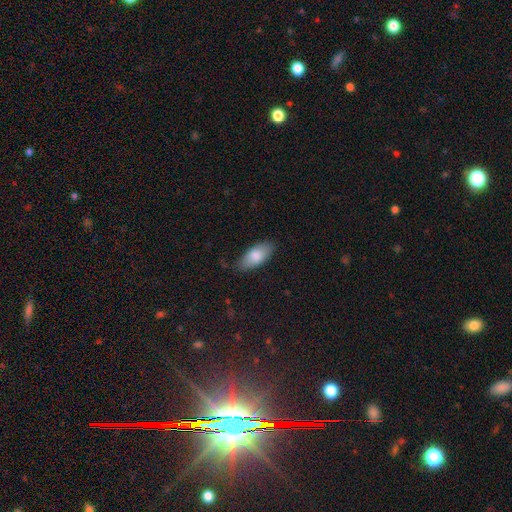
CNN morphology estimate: This appears to be a smooth galaxy with no disk features (82%) that is in between round and cigar-shaped (87%). Merging: none (78%).